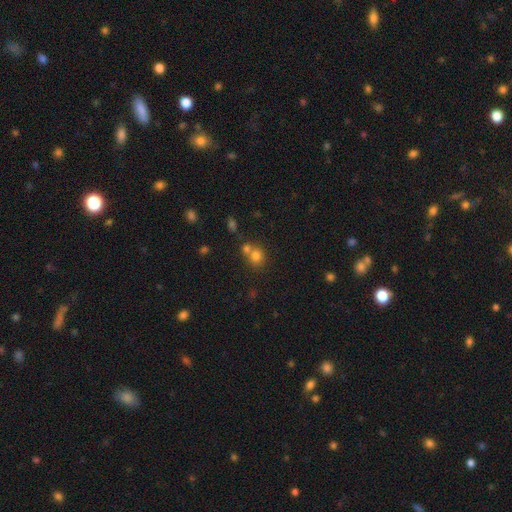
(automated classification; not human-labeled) Overall: smooth (76%). How rounded: round (82%). Merging: none (47%; merger 43%).